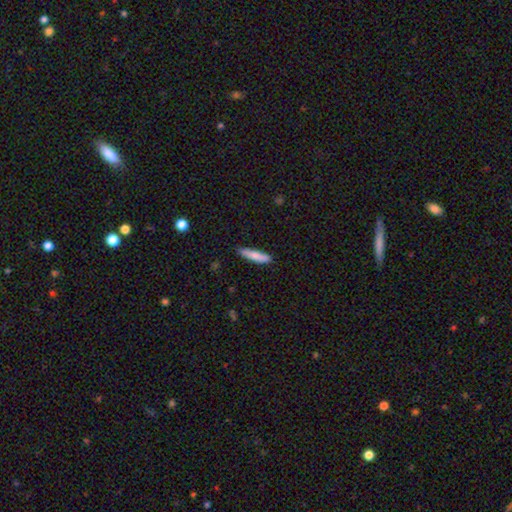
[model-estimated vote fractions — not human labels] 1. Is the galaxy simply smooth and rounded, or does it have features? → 81% smooth, 14% featured or disk, 6% star or artifact.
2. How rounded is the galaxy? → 80% cigar-shaped, 18% in between, 2% round.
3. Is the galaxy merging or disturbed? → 83% none, 13% minor disturbance, 2% major disturbance, 2% merger.